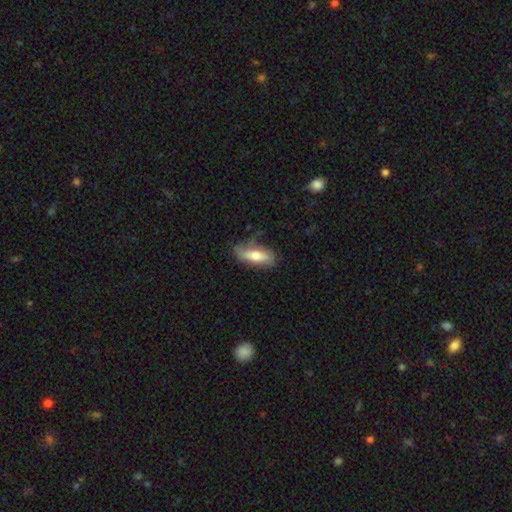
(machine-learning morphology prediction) smooth_or_featured: smooth (p=0.60) [alt: featured or disk p=0.34]
how_rounded: in between (p=0.61) [alt: cigar-shaped p=0.37]
merging: none (p=0.69) [alt: minor disturbance p=0.23]